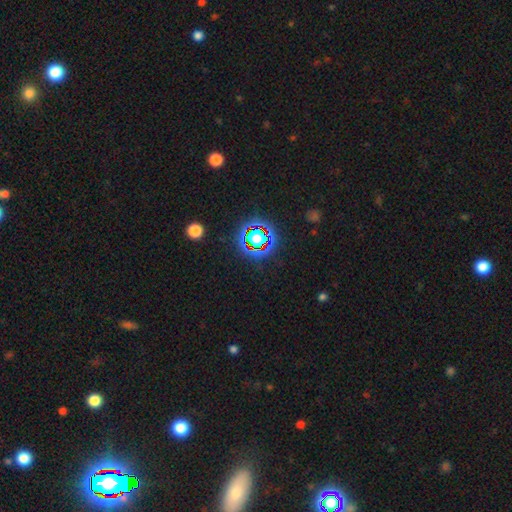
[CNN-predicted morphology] A star or artifact, not a galaxy (78%).

Vote fractions:
- Smooth or featured? star or artifact: 78% / smooth: 14% / featured or disk: 9%